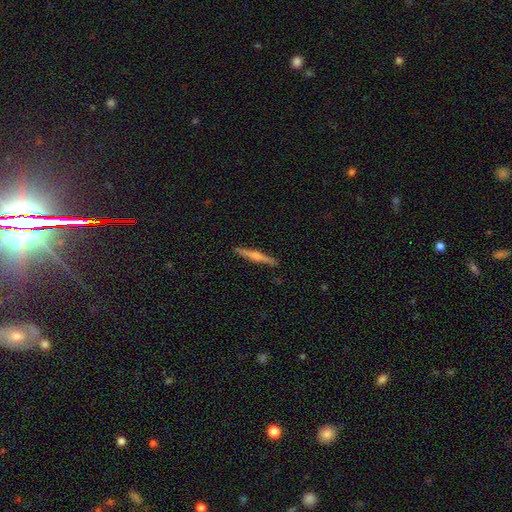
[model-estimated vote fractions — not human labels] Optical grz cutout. It shows a featured or disk galaxy (72%) viewed edge-on (98%) with a rounded central bulge (82%). Merging: none (92%).